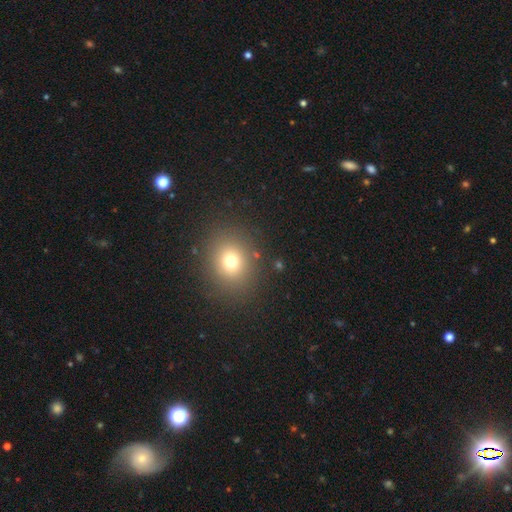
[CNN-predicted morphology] smooth 62%, star or artifact 30%, featured or disk 8%. Down the decision tree: how rounded — round (72%); merging — none (91%).